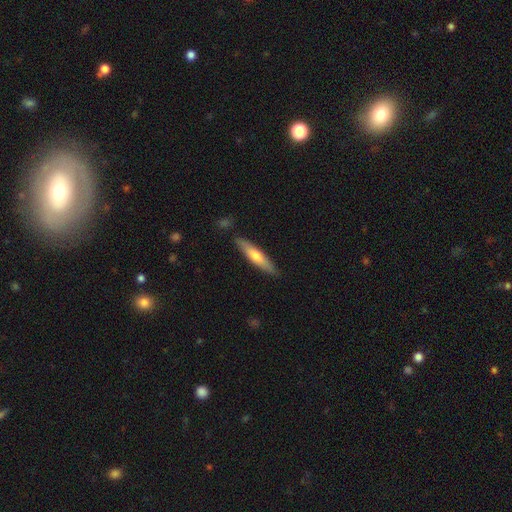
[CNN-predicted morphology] A smooth galaxy with no disk features (58%) that is cigar-shaped (84%).

Vote fractions:
- Smooth or featured? smooth: 58% / featured or disk: 37% / star or artifact: 5%
- How rounded? cigar-shaped: 84% / in between: 14% / round: 1%
- Merging? none: 87% / minor disturbance: 9% / major disturbance: 2% / merger: 2%